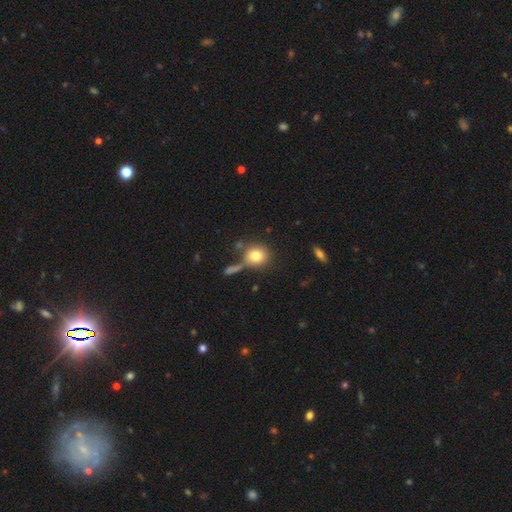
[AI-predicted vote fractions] A smooth galaxy with no disk features (79%) that is round (82%).

Vote fractions:
- Smooth or featured? smooth: 79% / featured or disk: 11% / star or artifact: 10%
- How rounded? round: 82% / in between: 16% / cigar-shaped: 2%
- Merging? none: 59% / merger: 18% / minor disturbance: 14% / major disturbance: 8%